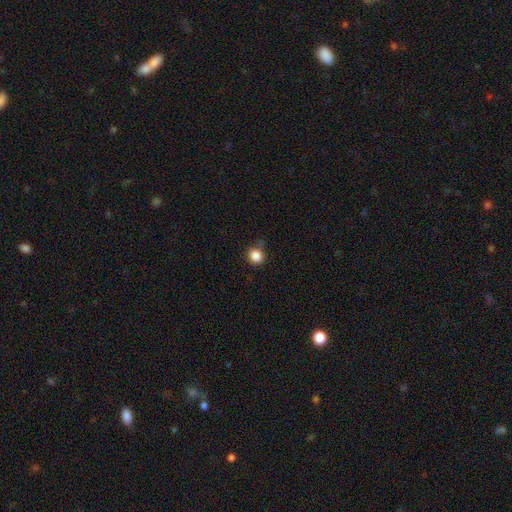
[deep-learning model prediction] A smooth galaxy with no disk features (86%) that is round (88%).

Vote fractions:
- Smooth or featured? smooth: 86% / star or artifact: 11% / featured or disk: 4%
- How rounded? round: 88% / in between: 11% / cigar-shaped: 1%
- Merging? none: 73% / minor disturbance: 20% / major disturbance: 5% / merger: 3%